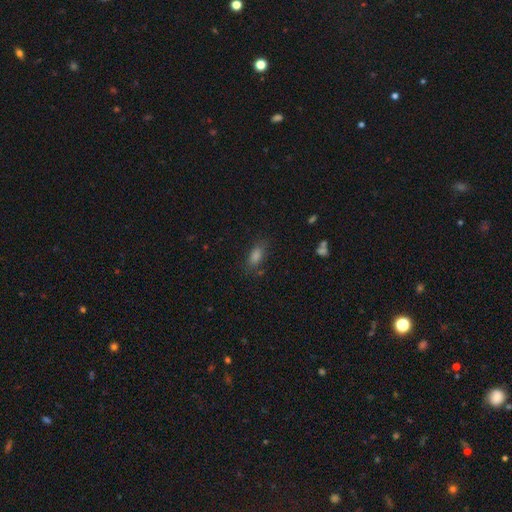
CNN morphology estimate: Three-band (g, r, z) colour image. It shows a smooth galaxy with no disk features (73%) that is in between round and cigar-shaped (77%). Merging: none (78%).